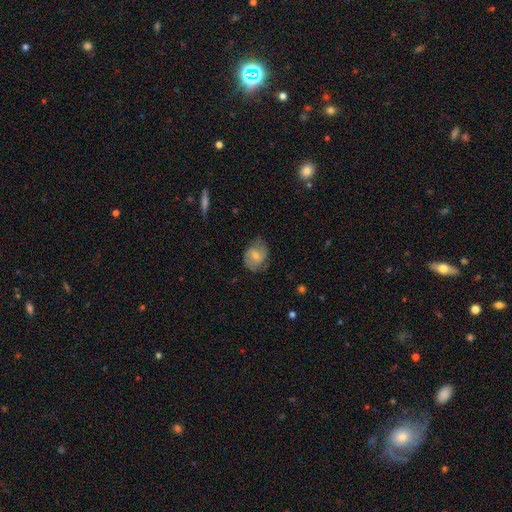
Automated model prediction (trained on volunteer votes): This appears to be a featured or disk galaxy (49%). Merging: none (65%).